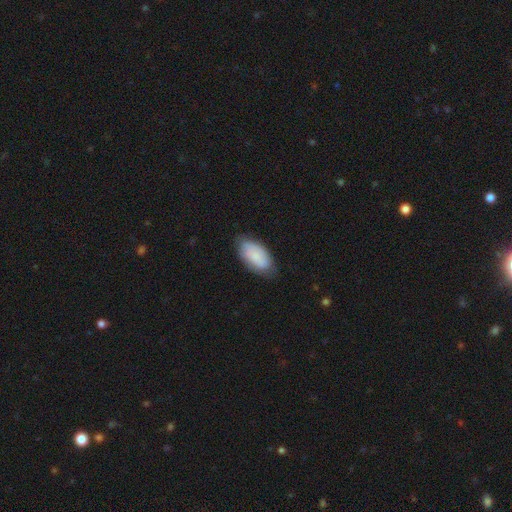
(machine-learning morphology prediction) A smooth galaxy with no disk features (78%) that is in between round and cigar-shaped (94%).

Vote fractions:
- Smooth or featured? smooth: 78% / featured or disk: 16% / star or artifact: 6%
- How rounded? in between: 94% / cigar-shaped: 4% / round: 2%
- Merging? none: 71% / minor disturbance: 24% / major disturbance: 4% / merger: 1%